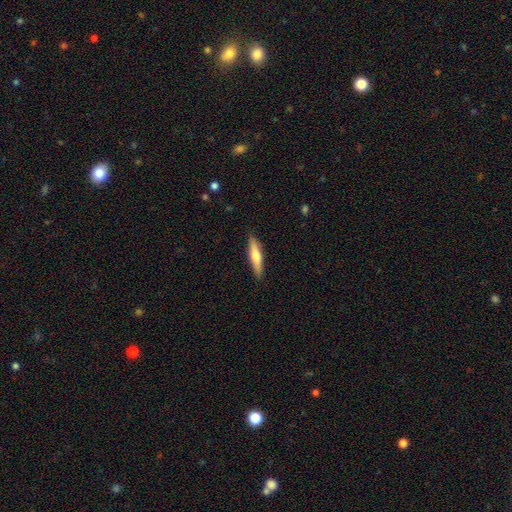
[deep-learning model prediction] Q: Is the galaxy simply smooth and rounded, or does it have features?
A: smooth — 59%.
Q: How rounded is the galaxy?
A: cigar-shaped — 82%.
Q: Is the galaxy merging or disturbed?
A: none — 89%.